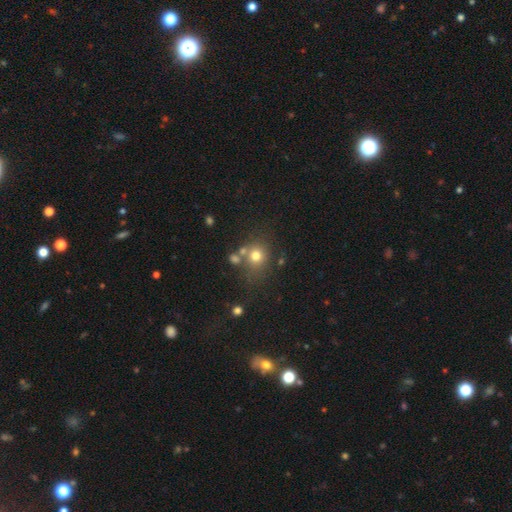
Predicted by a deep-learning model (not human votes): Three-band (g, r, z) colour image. It shows a smooth galaxy with no disk features (73%) that is round (82%). Merging: none (64%).